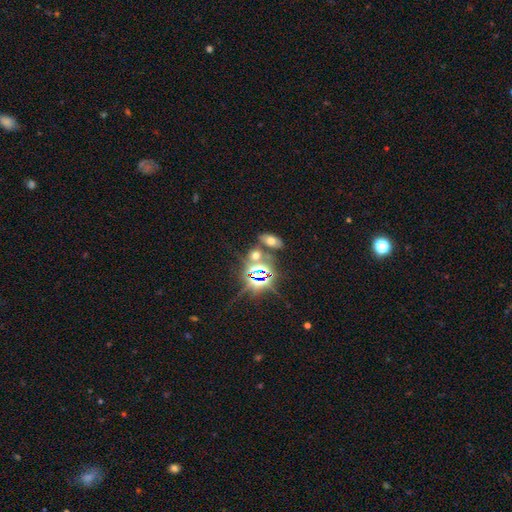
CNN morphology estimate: star or artifact 53%, smooth 34%, featured or disk 12%.